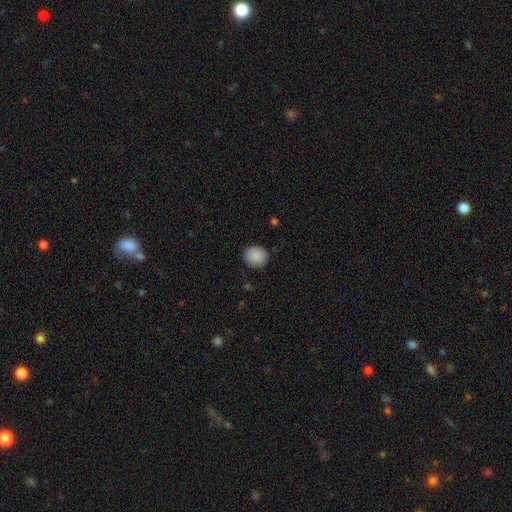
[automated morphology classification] This is clearly a smooth galaxy (89%). How rounded: clearly round (87%). Merging: clearly none (87%).